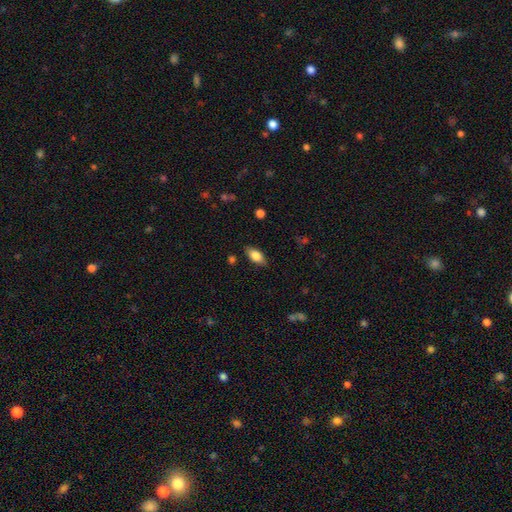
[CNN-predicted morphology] A smooth galaxy with no disk features (80%) that is in between round and cigar-shaped (89%). Merging: none (85%).